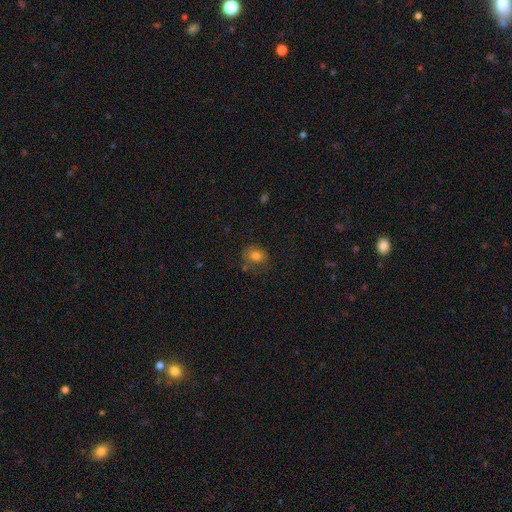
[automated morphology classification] The model was most divided on "how rounded": round: 57%, in between: 42%, cigar-shaped: 1%. More confident: smooth or featured — smooth (78%); merging — none (68%).